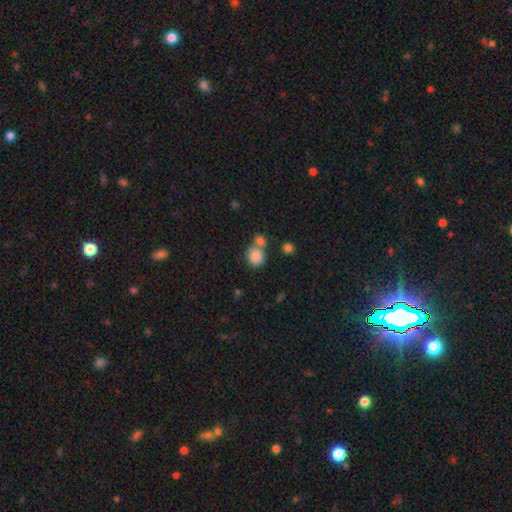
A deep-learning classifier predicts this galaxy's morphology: Q: Smooth or featured?
A: smooth (85%); runner-up: star or artifact (10%)
Q: How rounded?
A: round (76%); runner-up: in between (22%)
Q: Merging?
A: none (48%); runner-up: merger (38%)